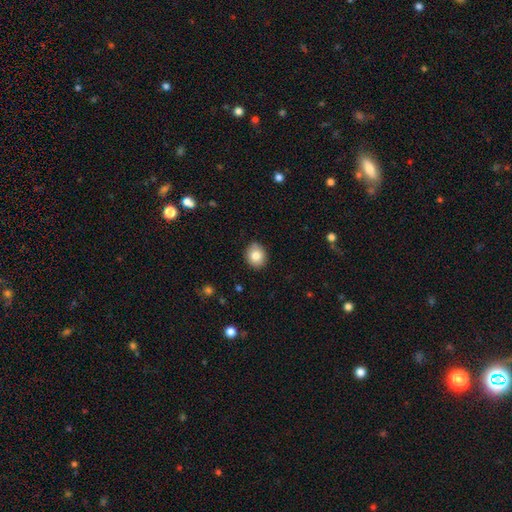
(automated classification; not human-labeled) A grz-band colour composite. It shows a smooth galaxy with no disk features (80%) that is round (69%). Merging: none (86%).